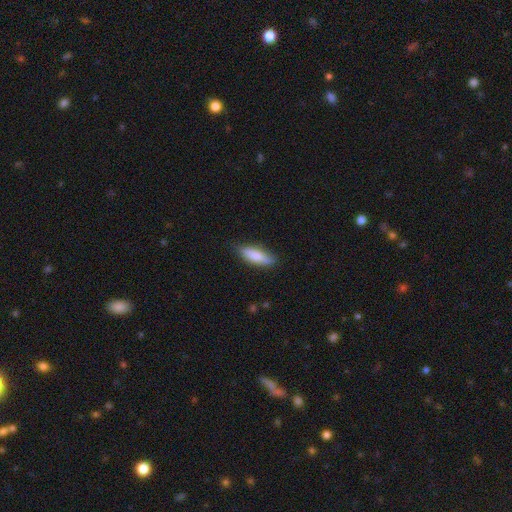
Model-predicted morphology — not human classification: A smooth galaxy with no disk features (75%) that is in between round and cigar-shaped (52%). Merging: none (80%).